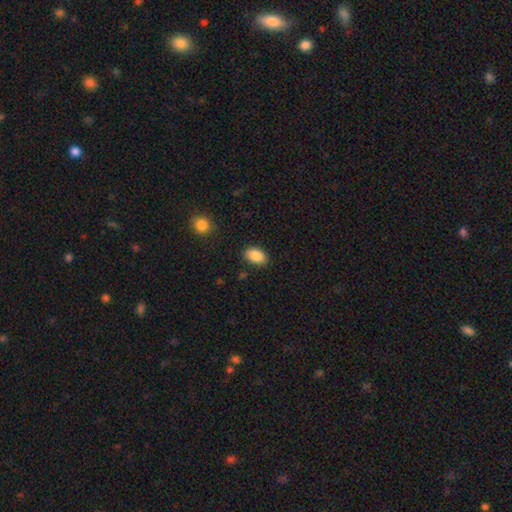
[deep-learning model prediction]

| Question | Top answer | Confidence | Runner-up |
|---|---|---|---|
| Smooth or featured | smooth | 88% | star or artifact (8%) |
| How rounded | in between | 90% | round (8%) |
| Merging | none | 86% | minor disturbance (10%) |